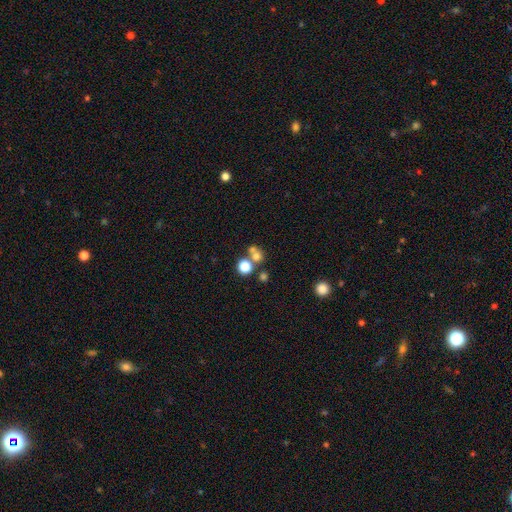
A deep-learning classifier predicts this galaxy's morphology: The model was most divided on "merging": none: 46%, merger: 43%, minor disturbance: 7%, major disturbance: 4%. More confident: how rounded — round (82%); smooth or featured — smooth (68%).